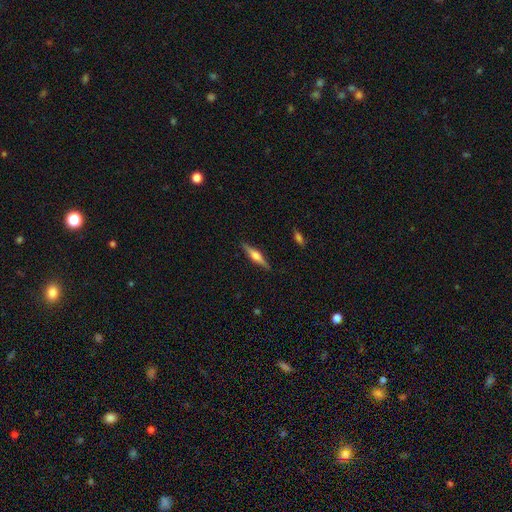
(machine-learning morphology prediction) This appears to be a featured or disk galaxy (65%) viewed edge-on (97%) with a rounded central bulge (84%). Merging: none (90%).